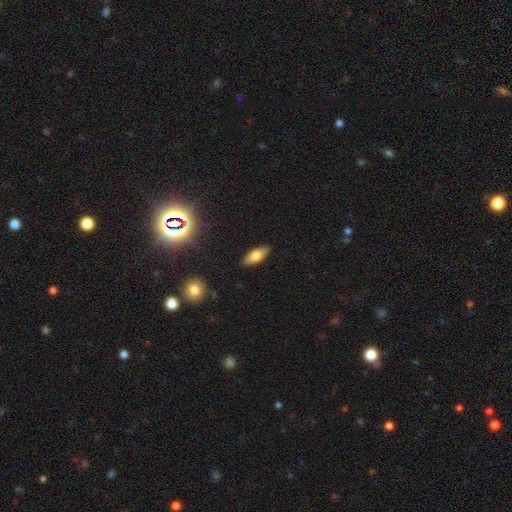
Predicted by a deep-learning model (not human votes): This appears to be a smooth galaxy with no disk features (68%) that is in between round and cigar-shaped (73%). Merging: none (88%).